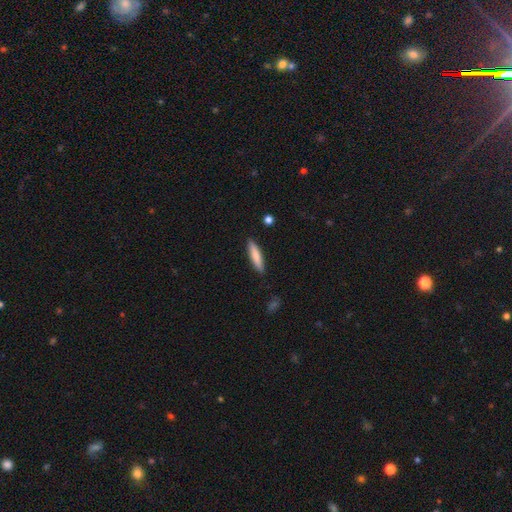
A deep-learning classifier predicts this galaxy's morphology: smooth_or_featured: smooth (p=0.81) [alt: featured or disk p=0.13]
how_rounded: cigar-shaped (p=0.82) [alt: in between p=0.17]
merging: none (p=0.88) [alt: minor disturbance p=0.08]